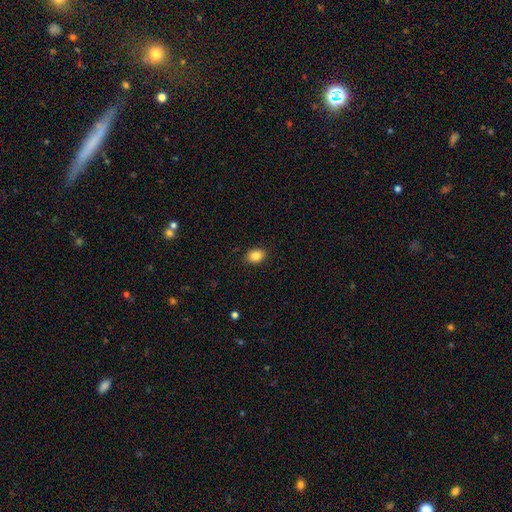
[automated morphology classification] type=smooth (86%); roundness=in between (74%); merging=none (90%).